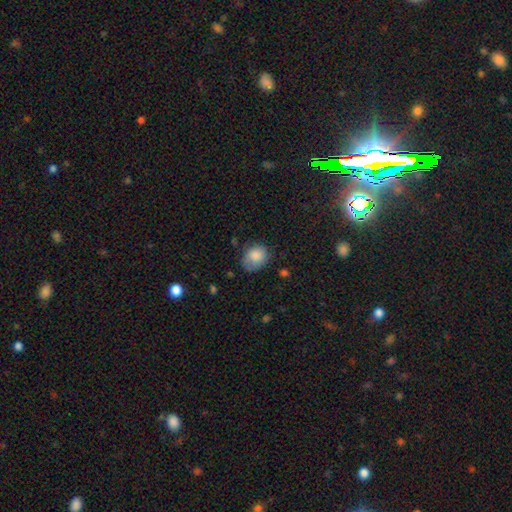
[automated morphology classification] A smooth galaxy with no disk features (84%) that is in between round and cigar-shaped (52%). Merging: none (60%).